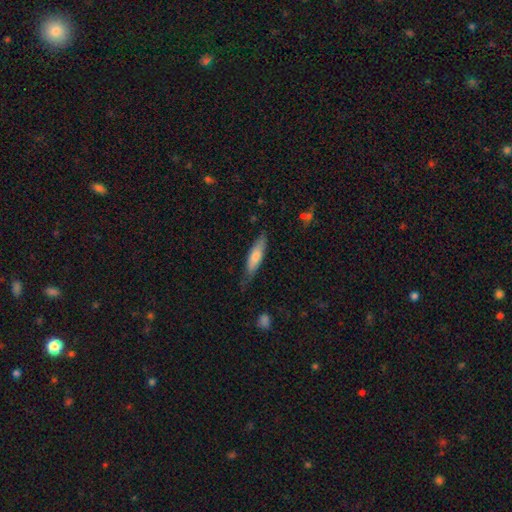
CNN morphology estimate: type=smooth (70%); roundness=cigar-shaped (66%); merging=none (67%).